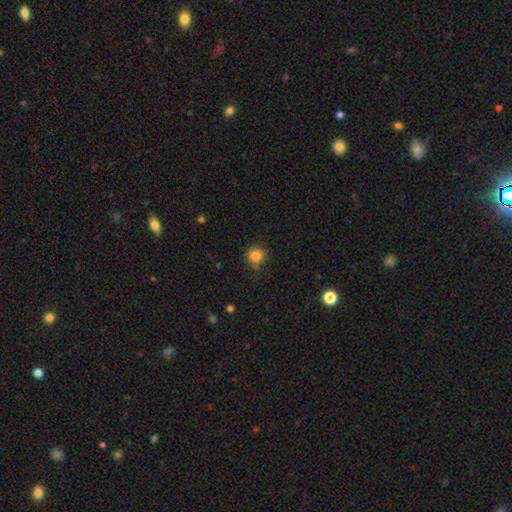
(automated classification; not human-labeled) This is clearly a smooth galaxy (84%). How rounded: clearly round (93%). Merging: clearly none (81%).